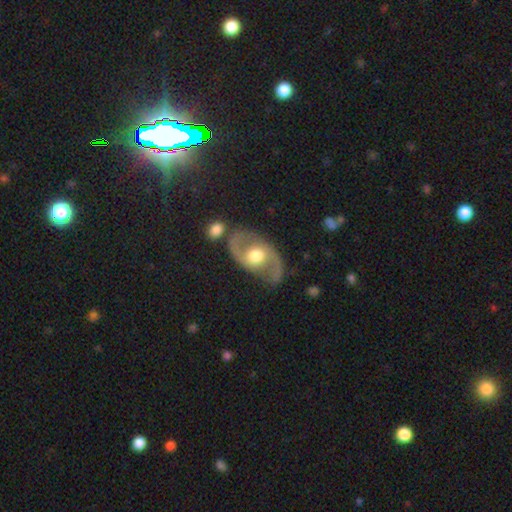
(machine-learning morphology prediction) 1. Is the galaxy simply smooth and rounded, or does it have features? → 83% featured or disk, 12% smooth, 5% star or artifact.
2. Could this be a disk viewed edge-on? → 96% no, 4% yes.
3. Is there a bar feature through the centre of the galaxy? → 60% no, 32% weak, 9% strong.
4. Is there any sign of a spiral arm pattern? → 89% yes, 11% no.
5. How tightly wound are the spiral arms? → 48% medium, 39% loose, 13% tight.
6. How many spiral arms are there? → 92% 2, 3% can't tell, 2% 1, 1% 3, 1% 4, 1% more than 4.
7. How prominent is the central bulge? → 68% moderate, 24% large, 5% small, 2% dominant, 1% none.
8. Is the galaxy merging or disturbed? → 73% none, 16% minor disturbance, 8% major disturbance, 4% merger.